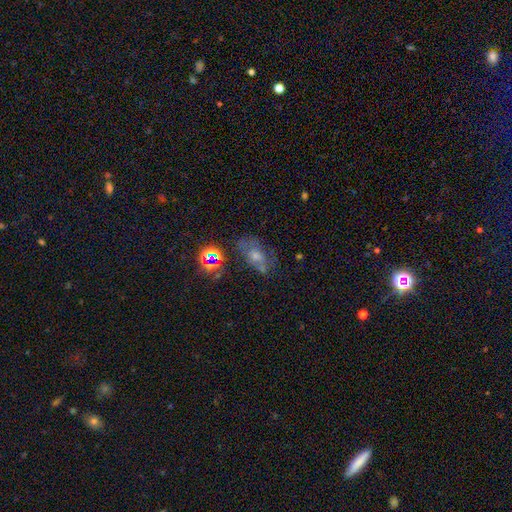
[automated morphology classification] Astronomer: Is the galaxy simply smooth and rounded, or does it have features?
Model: featured or disk — 39% (runner-up: star or artifact, 33%).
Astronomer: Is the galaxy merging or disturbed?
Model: none — 58%.